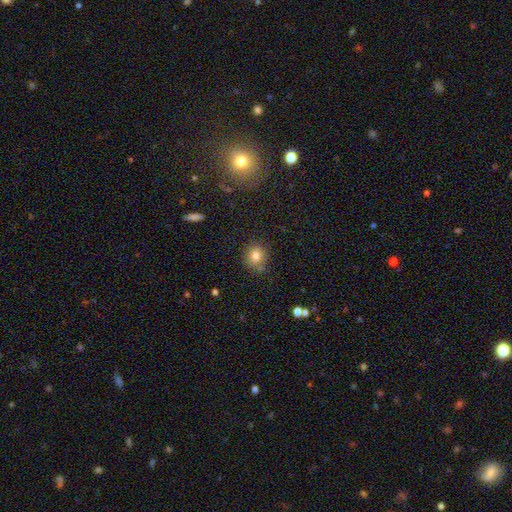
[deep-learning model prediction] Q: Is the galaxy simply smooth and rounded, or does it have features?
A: smooth — 80%.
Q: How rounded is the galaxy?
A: round — 78%.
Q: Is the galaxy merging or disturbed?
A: none — 78%.